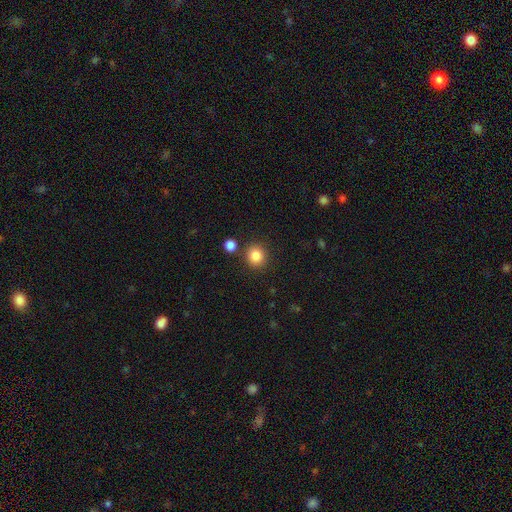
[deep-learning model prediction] Q: Smooth or featured?
A: smooth (85%); runner-up: star or artifact (10%)
Q: How rounded?
A: round (88%); runner-up: in between (11%)
Q: Merging?
A: none (84%); runner-up: minor disturbance (7%)